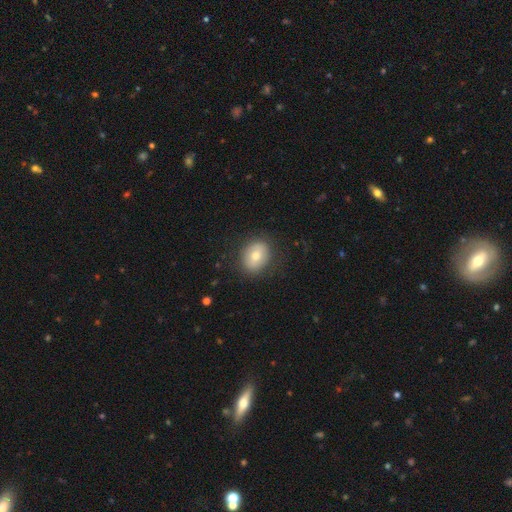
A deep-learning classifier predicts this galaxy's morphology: Smooth or featured? smooth (69%)
How rounded? round (57%)
Merging? none (84%)